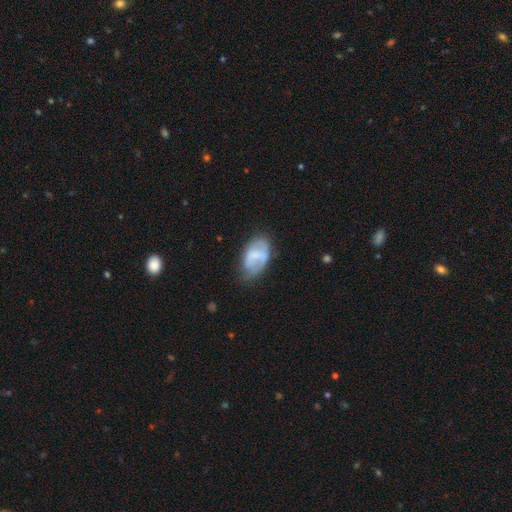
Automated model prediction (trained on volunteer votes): A smooth galaxy with no disk features (54%) that is in between round and cigar-shaped (91%).

Vote fractions:
- Smooth or featured? smooth: 54% / featured or disk: 39% / star or artifact: 7%
- How rounded? in between: 91% / round: 8% / cigar-shaped: 1%
- Merging? none: 46% / minor disturbance: 35% / major disturbance: 17% / merger: 3%